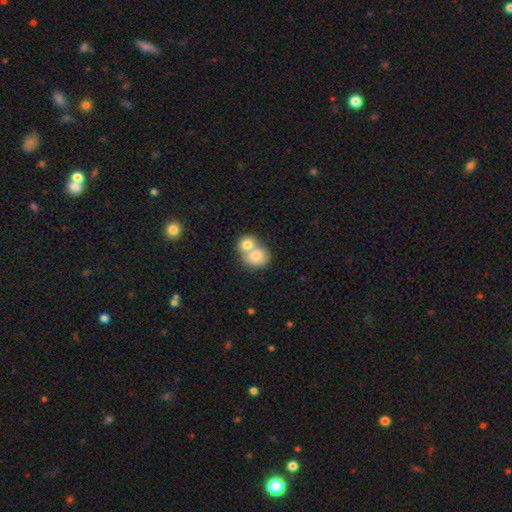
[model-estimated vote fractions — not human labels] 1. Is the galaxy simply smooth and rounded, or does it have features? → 75% smooth, 17% featured or disk, 7% star or artifact.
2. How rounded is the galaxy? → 69% round, 30% in between, 1% cigar-shaped.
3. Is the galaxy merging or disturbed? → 69% merger, 22% none, 6% minor disturbance, 2% major disturbance.